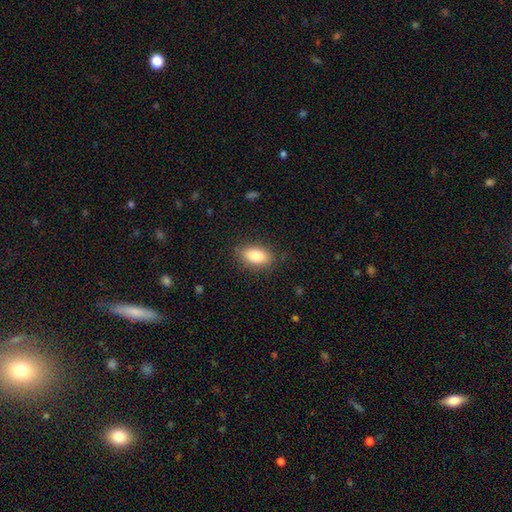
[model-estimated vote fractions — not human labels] The model was most divided on "merging": none: 84%, minor disturbance: 12%, major disturbance: 3%, merger: 1%. More confident: how rounded — in between (88%); smooth or featured — smooth (83%).